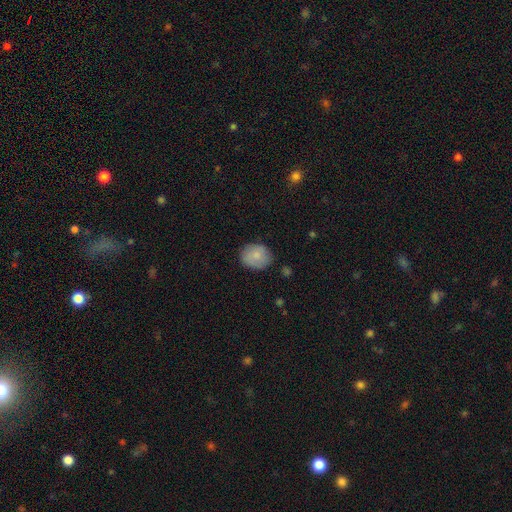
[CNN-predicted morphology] smooth-or-featured: smooth: 82% | featured or disk: 11% | star or artifact: 7%
  how-rounded: round: 59% | in between: 40% | cigar-shaped: 1%
  merging: none: 79% | minor disturbance: 16% | major disturbance: 3% | merger: 2%